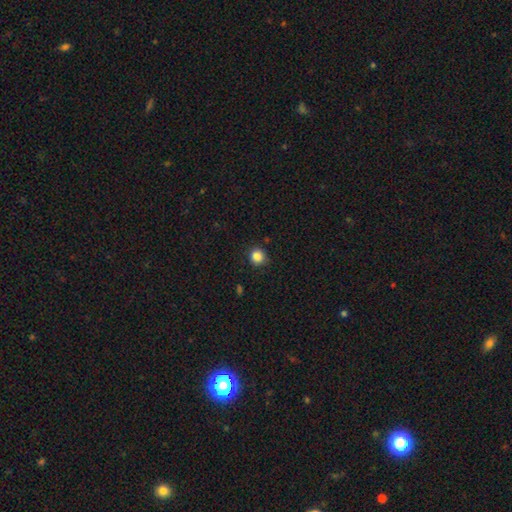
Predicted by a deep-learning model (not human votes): Smooth or featured? Predicted: smooth (p=0.85). How rounded? Predicted: round (p=0.88). Merging? Predicted: none (p=0.85).